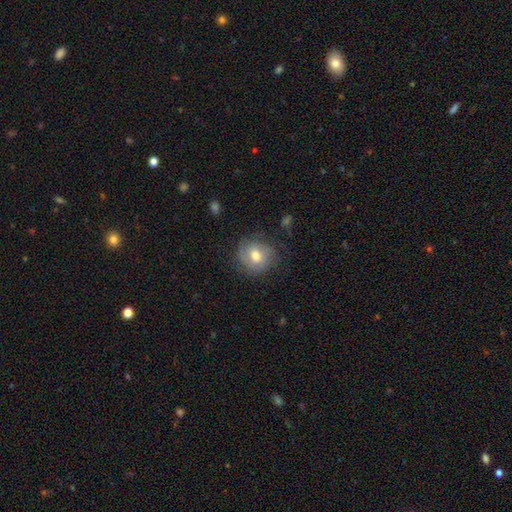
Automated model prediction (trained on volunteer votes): The model was most divided on "smooth or featured": smooth: 51%, featured or disk: 41%, star or artifact: 8%. More confident: how rounded — round (80%); merging — none (69%).